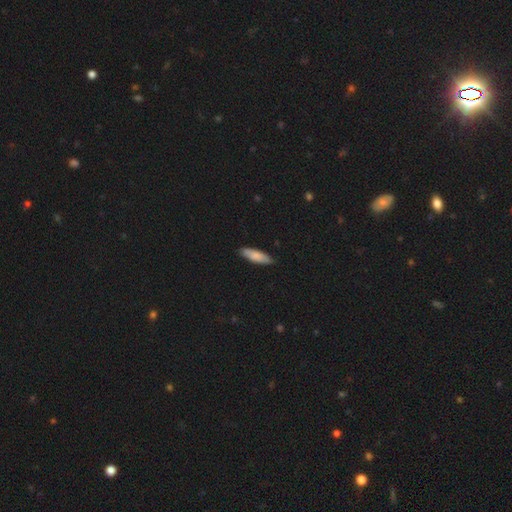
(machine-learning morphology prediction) type=smooth (80%); roundness=cigar-shaped (54%); merging=none (87%).